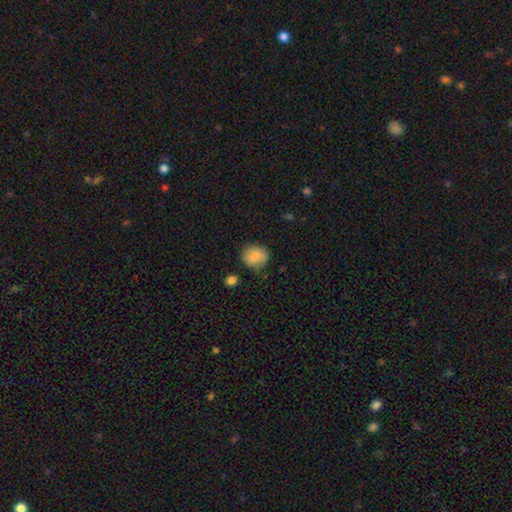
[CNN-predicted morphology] Q: Smooth or featured?
A: smooth (80%); runner-up: featured or disk (12%)
Q: How rounded?
A: round (77%); runner-up: in between (22%)
Q: Merging?
A: none (73%); runner-up: minor disturbance (20%)